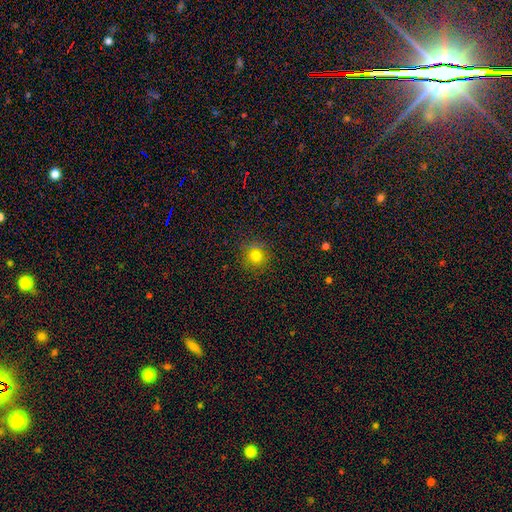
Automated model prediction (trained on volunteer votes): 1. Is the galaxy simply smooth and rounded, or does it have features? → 78% smooth, 15% star or artifact, 7% featured or disk.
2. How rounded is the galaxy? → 92% round, 7% in between, 1% cigar-shaped.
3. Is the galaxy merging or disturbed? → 87% none, 9% minor disturbance, 3% major disturbance, 2% merger.